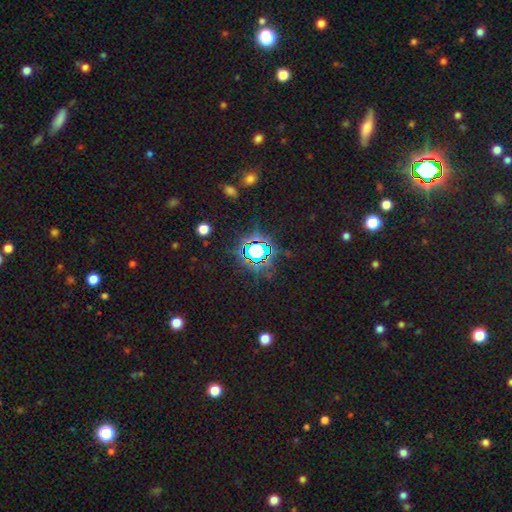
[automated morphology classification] smooth_or_featured: star or artifact (p=0.75) [alt: smooth p=0.15]